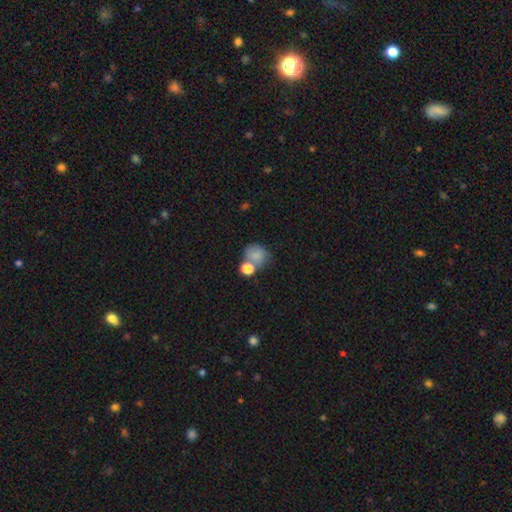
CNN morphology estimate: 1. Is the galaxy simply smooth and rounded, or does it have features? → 77% smooth, 12% star or artifact, 12% featured or disk.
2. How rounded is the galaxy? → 64% round, 35% in between, 1% cigar-shaped.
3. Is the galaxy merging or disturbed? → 41% none, 32% merger, 17% minor disturbance, 10% major disturbance.